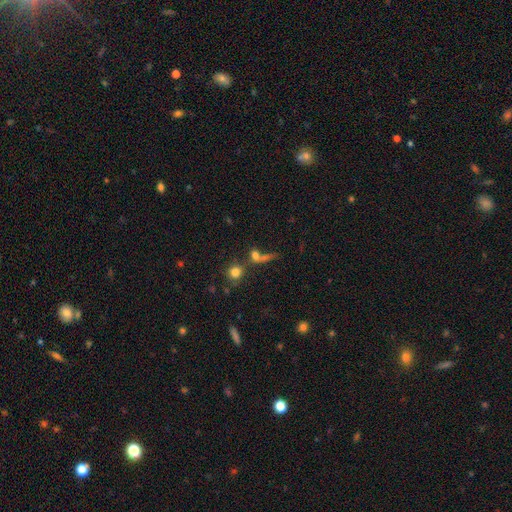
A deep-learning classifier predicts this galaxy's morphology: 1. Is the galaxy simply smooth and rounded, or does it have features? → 63% smooth, 19% star or artifact, 18% featured or disk.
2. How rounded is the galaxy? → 48% round, 35% in between, 17% cigar-shaped.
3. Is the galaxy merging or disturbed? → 39% merger, 36% none, 14% major disturbance, 10% minor disturbance.